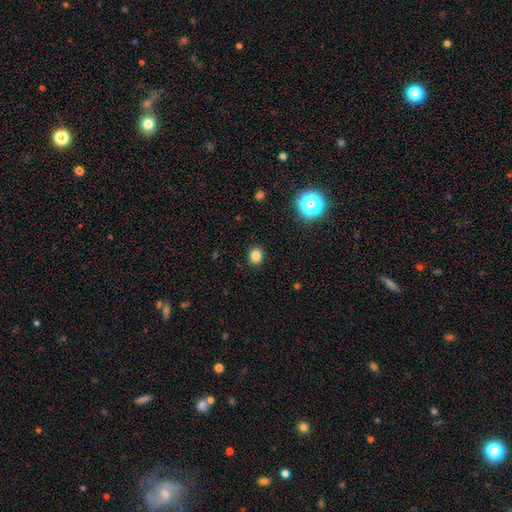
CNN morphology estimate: smooth_or_featured: smooth (p=0.82) [alt: star or artifact p=0.13]
how_rounded: round (p=0.67) [alt: in between p=0.32]
merging: none (p=0.90) [alt: minor disturbance p=0.07]